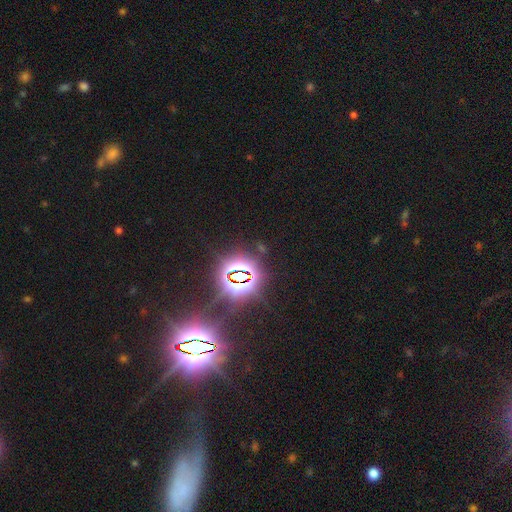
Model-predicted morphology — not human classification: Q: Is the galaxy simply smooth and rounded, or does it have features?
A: star or artifact — 81%.